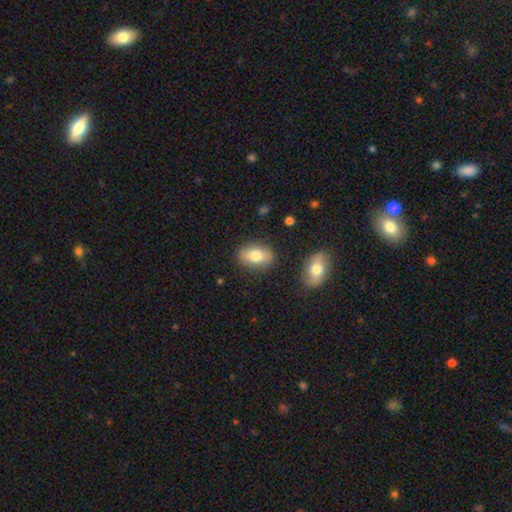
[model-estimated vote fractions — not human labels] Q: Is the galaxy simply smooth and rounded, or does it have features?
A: smooth — 72%.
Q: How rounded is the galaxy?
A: in between — 85%.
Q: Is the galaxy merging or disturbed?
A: none — 84%.